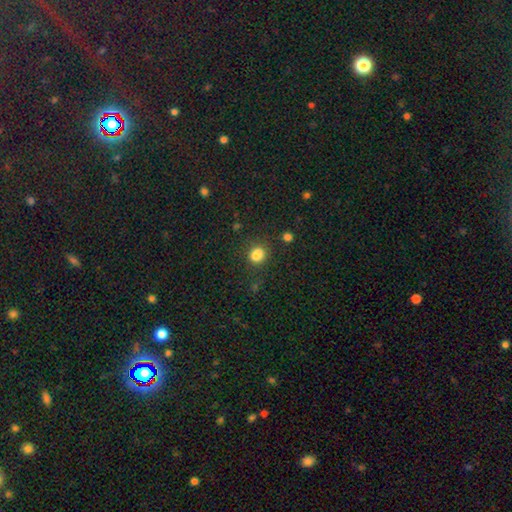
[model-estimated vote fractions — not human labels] Smooth or featured: smooth — 82% (star or artifact — 13%)
How rounded: round — 60% (in between — 39%)
Merging: none — 73% (minor disturbance — 14%)